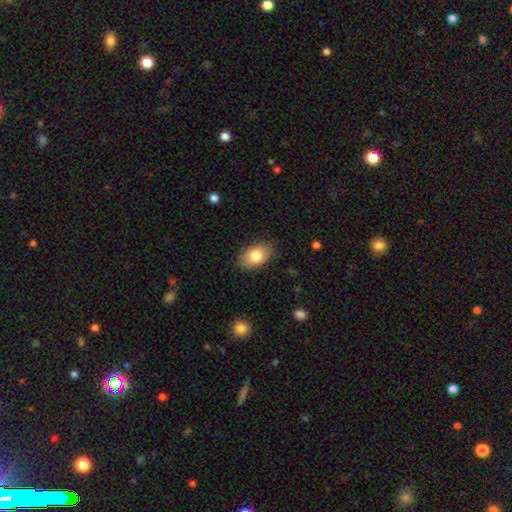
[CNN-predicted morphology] Smooth or featured?
  - smooth: 81% *
  - featured or disk: 12%
  - star or artifact: 7%
How rounded?
  - in between: 91% *
  - round: 8%
  - cigar-shaped: 1%
Merging?
  - none: 86% *
  - minor disturbance: 10%
  - major disturbance: 2%
  - merger: 1%